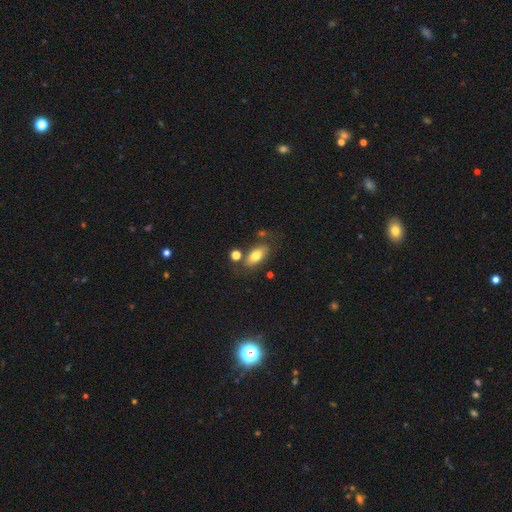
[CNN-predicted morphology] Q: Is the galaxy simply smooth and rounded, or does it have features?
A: smooth — 76%.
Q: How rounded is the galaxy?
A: in between — 87%.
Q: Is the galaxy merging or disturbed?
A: none — 72%.